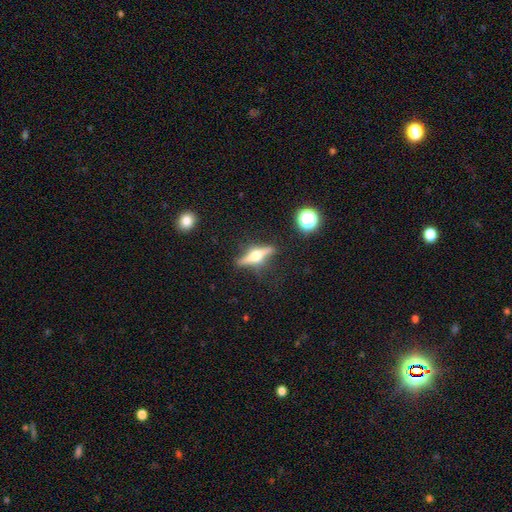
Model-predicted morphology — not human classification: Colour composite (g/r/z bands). It shows a featured or disk galaxy (73%) viewed edge-on (95%) with a rounded central bulge (94%). Merging: none (82%).